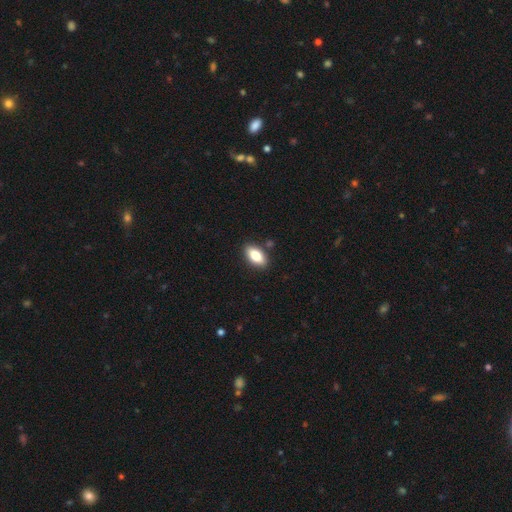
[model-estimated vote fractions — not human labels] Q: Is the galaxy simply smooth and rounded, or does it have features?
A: smooth — 81%.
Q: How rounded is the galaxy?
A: in between — 91%.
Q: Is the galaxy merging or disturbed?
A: none — 86%.